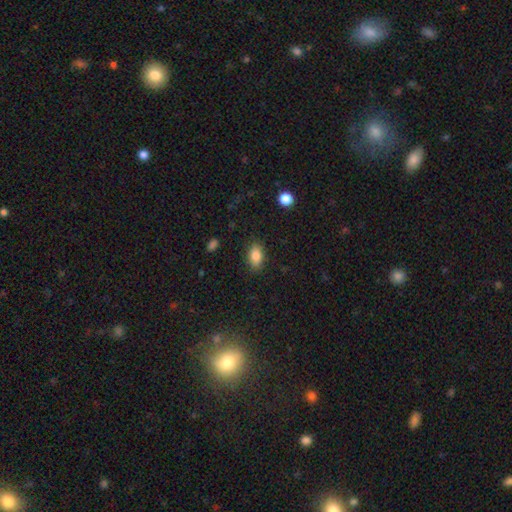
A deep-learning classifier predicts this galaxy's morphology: smooth-or-featured: smooth: 86% | star or artifact: 8% | featured or disk: 5%
  how-rounded: in between: 90% | round: 7% | cigar-shaped: 3%
  merging: none: 86% | minor disturbance: 10% | major disturbance: 3% | merger: 1%